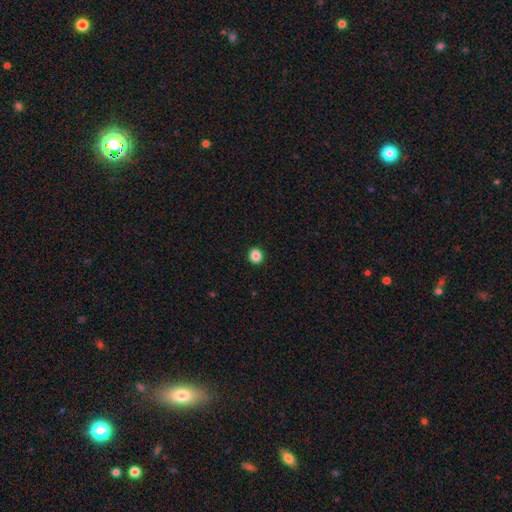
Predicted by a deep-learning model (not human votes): Overall: smooth (87%). How rounded: round (87%). Merging: none (93%).